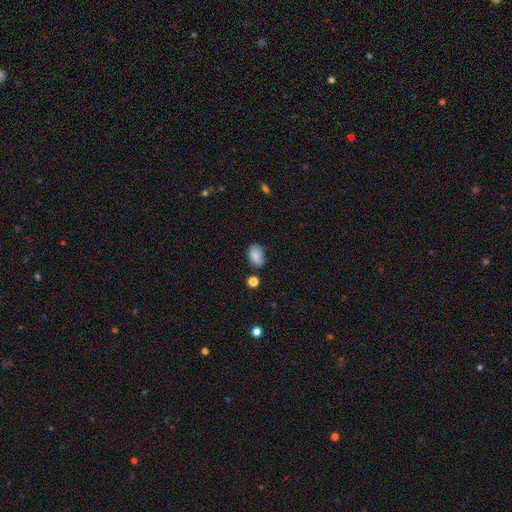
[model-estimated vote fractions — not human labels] A smooth galaxy with no disk features (83%) that is in between round and cigar-shaped (86%).

Vote fractions:
- Smooth or featured? smooth: 83% / star or artifact: 9% / featured or disk: 8%
- How rounded? in between: 86% / round: 13% / cigar-shaped: 1%
- Merging? none: 66% / minor disturbance: 25% / major disturbance: 5% / merger: 4%